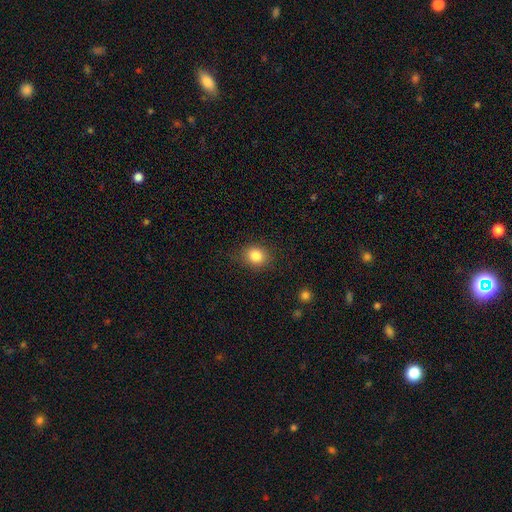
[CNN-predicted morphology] A smooth galaxy with no disk features (84%) that is round (69%). Merging: none (86%).